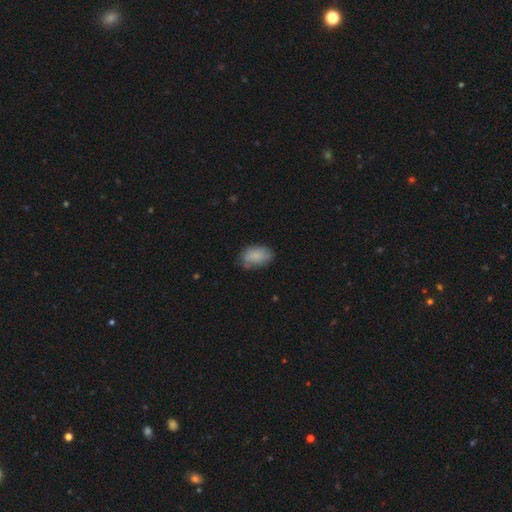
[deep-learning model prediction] Smooth or featured?
  - smooth: 83% *
  - featured or disk: 10%
  - star or artifact: 7%
How rounded?
  - in between: 91% *
  - round: 8%
  - cigar-shaped: 2%
Merging?
  - none: 67% *
  - minor disturbance: 25%
  - major disturbance: 6%
  - merger: 2%